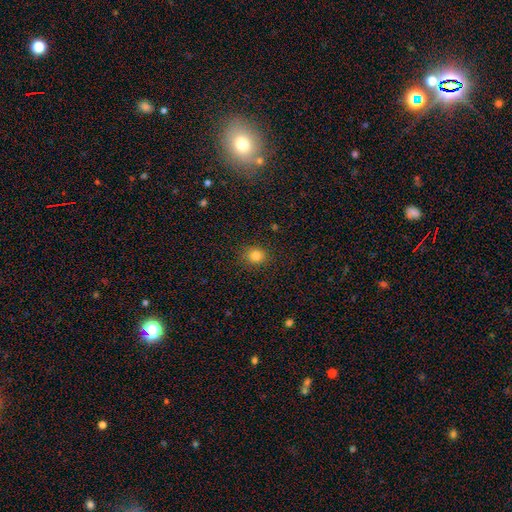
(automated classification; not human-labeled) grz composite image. It shows a smooth galaxy with no disk features (83%) that is round (77%). Merging: none (88%).